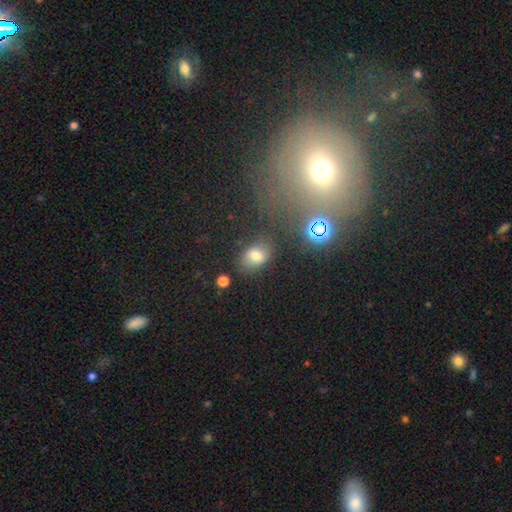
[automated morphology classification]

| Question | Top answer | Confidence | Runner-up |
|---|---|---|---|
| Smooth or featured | smooth | 73% | star or artifact (16%) |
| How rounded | in between | 78% | round (21%) |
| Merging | none | 72% | minor disturbance (17%) |